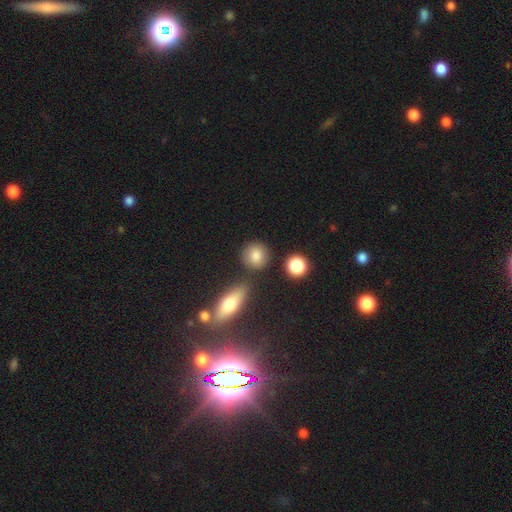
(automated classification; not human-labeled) Q: Smooth or featured?
A: smooth (83%); runner-up: star or artifact (9%)
Q: How rounded?
A: round (86%); runner-up: in between (12%)
Q: Merging?
A: none (81%); runner-up: minor disturbance (9%)